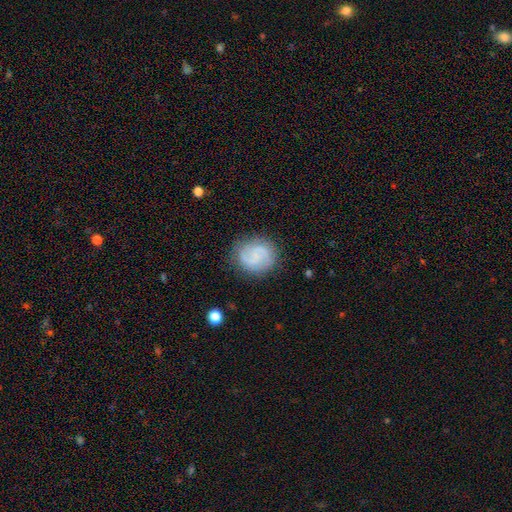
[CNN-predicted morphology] Smooth or featured? Predicted: featured or disk (p=0.59). Edge-on disk? Predicted: no (p=0.98). Bar? Predicted: no (p=0.53). Spiral arms? Predicted: yes (p=0.92). Spiral winding? Predicted: medium (p=0.46). Spiral arm count? Predicted: 2 (p=0.76). Bulge size? Predicted: small (p=0.44). Merging? Predicted: none (p=0.81).